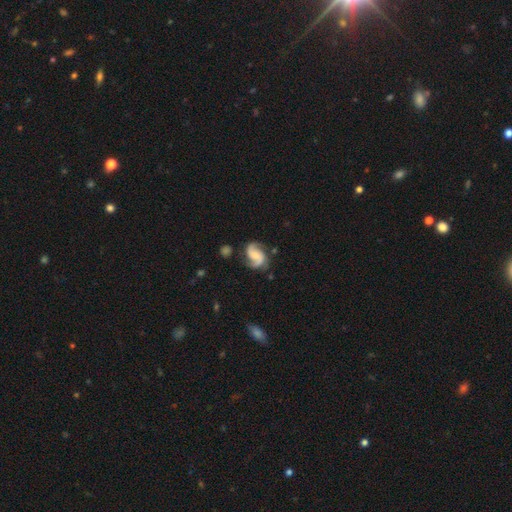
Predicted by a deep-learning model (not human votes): Overall: featured or disk (88%). Edge-on disk: no (98%). Bar: no (54%; weak 35%). Spiral arms: yes (98%). Spiral arm count: 2 (91%). Spiral winding: medium (51%; loose 30%). Bulge size: small (47%; moderate 42%). Merging: none (76%).